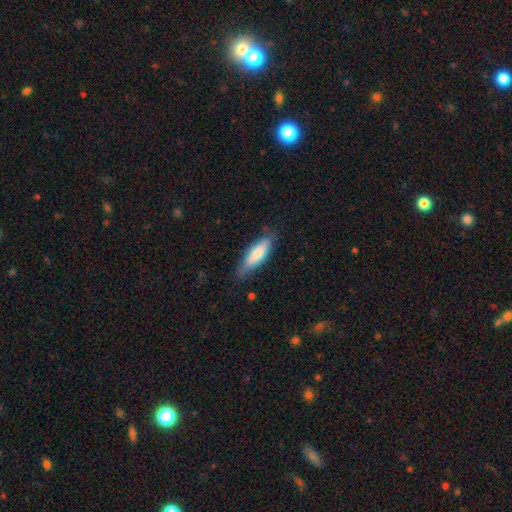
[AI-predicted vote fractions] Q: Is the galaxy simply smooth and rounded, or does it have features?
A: smooth — 75%.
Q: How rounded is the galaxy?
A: cigar-shaped — 58%.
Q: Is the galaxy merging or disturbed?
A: none — 76%.